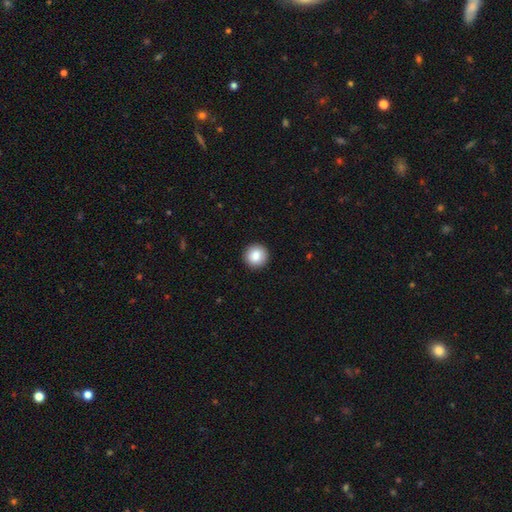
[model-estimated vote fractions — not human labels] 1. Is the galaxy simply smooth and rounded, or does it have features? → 87% smooth, 8% star or artifact, 5% featured or disk.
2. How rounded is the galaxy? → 95% round, 4% in between, 1% cigar-shaped.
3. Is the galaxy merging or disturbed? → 93% none, 5% minor disturbance, 2% major disturbance, 1% merger.